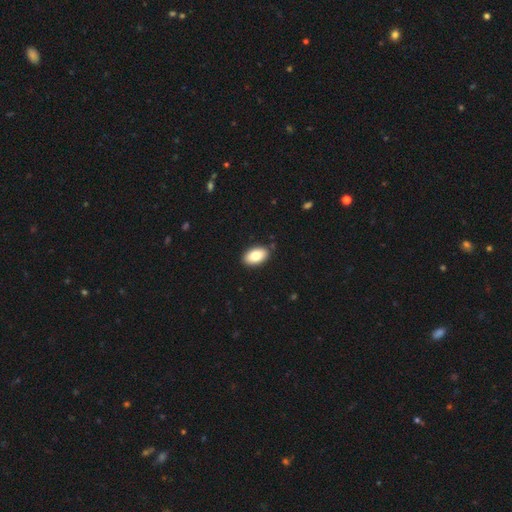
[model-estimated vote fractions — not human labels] Overall: smooth (82%). How rounded: in between (93%). Merging: none (88%).